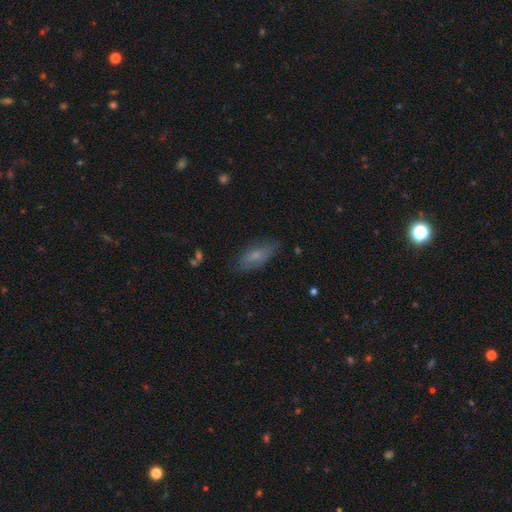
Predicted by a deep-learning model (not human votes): Smooth or featured? smooth (68%)
How rounded? in between (71%)
Merging? none (76%)